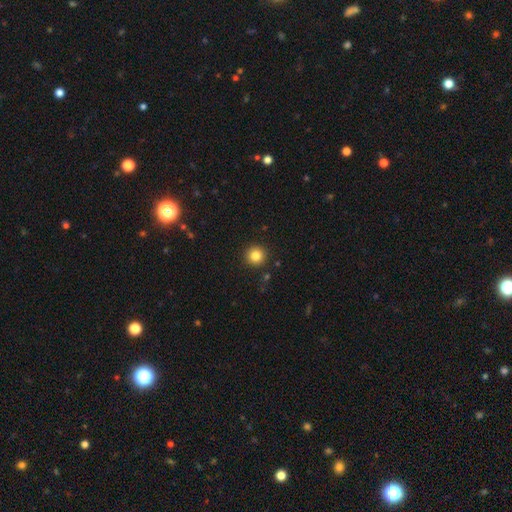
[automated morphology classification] This appears to be a smooth galaxy with no disk features (83%) that is round (95%). Merging: none (91%).